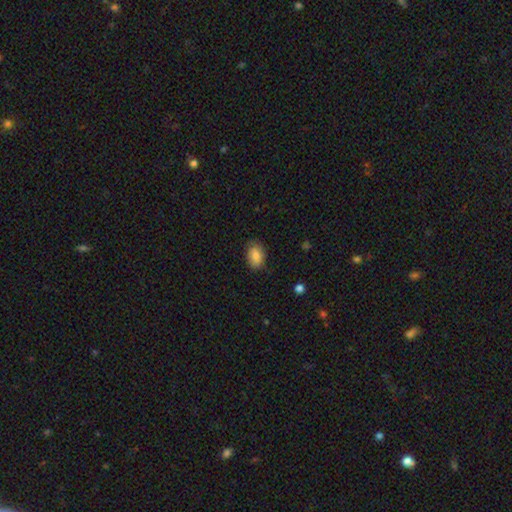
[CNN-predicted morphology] This is clearly a smooth galaxy (84%). How rounded: clearly in between (86%). Merging: likely none (79%).